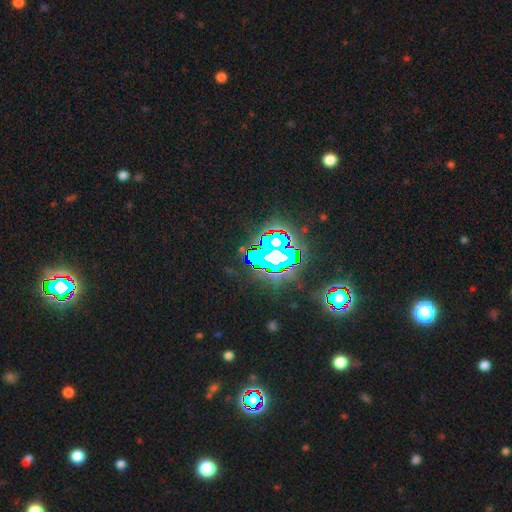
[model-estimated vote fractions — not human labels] This appears to be a star or artifact, not a galaxy (81%).